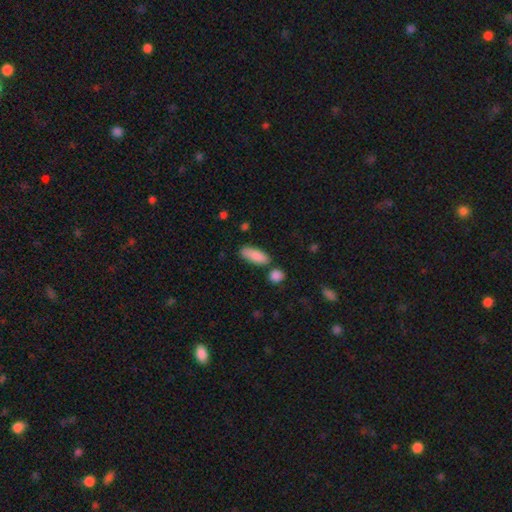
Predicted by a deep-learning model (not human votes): smooth 87%, featured or disk 7%, star or artifact 6%. Down the decision tree: how rounded — in between (71%); merging — none (72%).